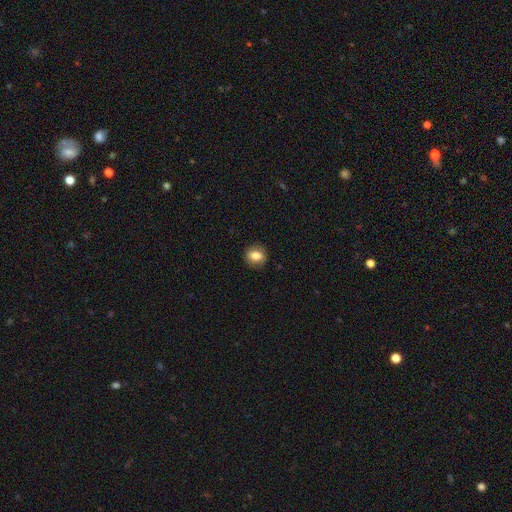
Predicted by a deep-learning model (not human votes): This appears to be a smooth galaxy with no disk features (78%) that is round (60%). Merging: none (86%).